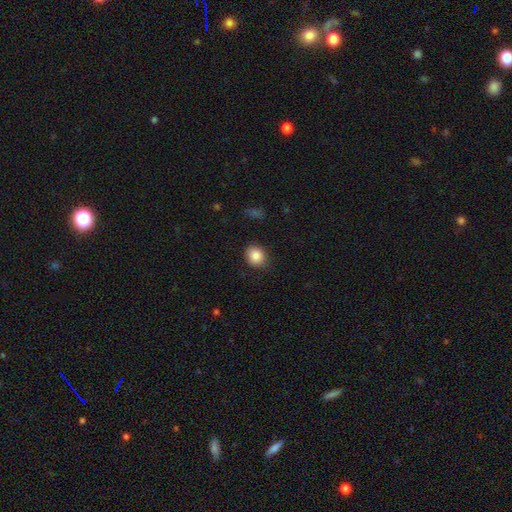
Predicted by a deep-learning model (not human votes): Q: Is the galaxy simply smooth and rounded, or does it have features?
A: smooth — 85%.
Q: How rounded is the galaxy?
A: round — 68%.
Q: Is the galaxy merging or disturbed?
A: none — 83%.